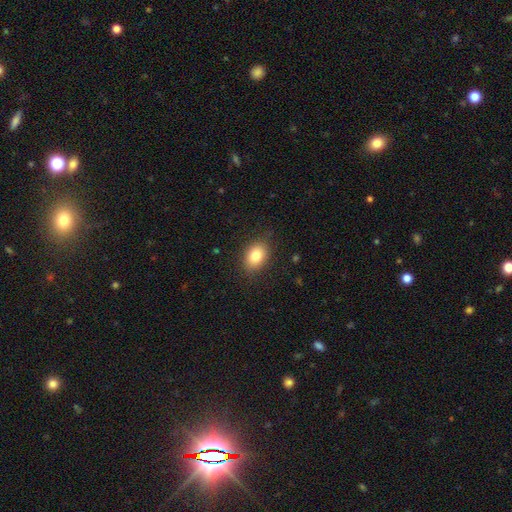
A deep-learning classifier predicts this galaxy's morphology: A smooth galaxy with no disk features (82%) that is in between round and cigar-shaped (78%). Merging: none (84%).